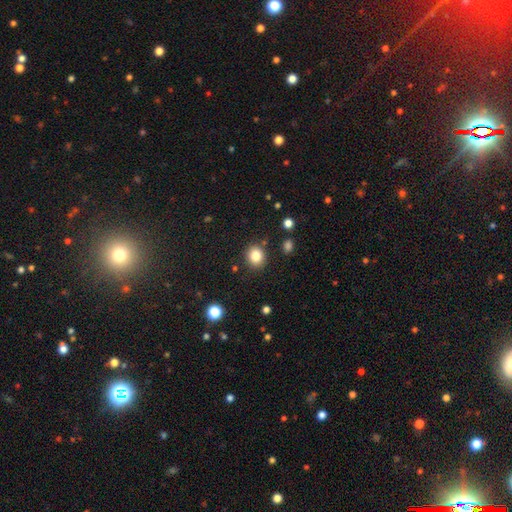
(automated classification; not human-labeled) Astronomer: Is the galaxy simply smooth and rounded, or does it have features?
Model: smooth — 83%.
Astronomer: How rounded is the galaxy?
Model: round — 76%.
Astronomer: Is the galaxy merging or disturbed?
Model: none — 87%.